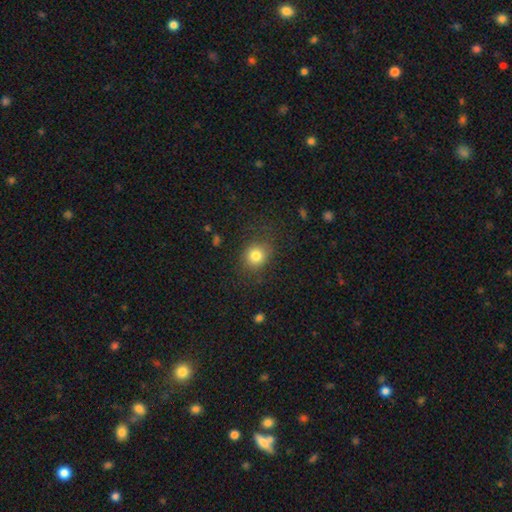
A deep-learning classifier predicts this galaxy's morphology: This is clearly a smooth galaxy (81%). How rounded: likely round (74%). Merging: clearly none (80%).